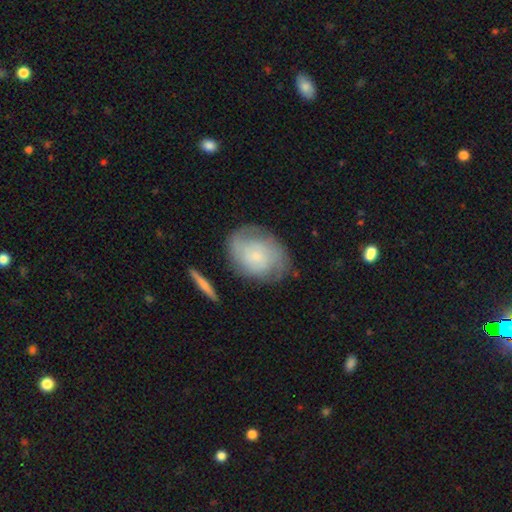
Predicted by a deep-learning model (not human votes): Morphology: type=featured or disk (52%); edge-on=no (96%); bar=no (74%); spiral arms=yes (84%); bulge=small (65%); merging=none (70%).